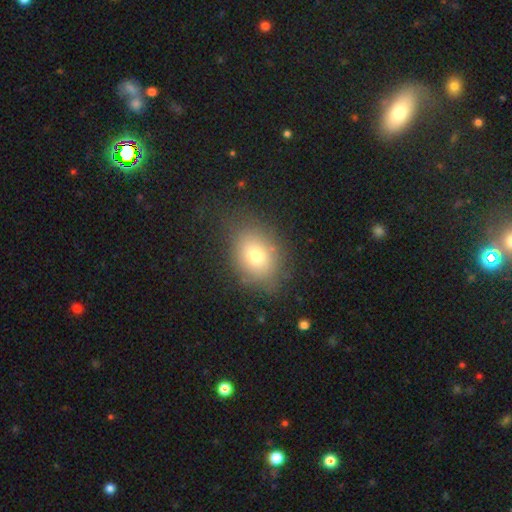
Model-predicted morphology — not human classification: smooth 74%, featured or disk 14%, star or artifact 12%. Down the decision tree: how rounded — in between (64%); merging — none (71%).